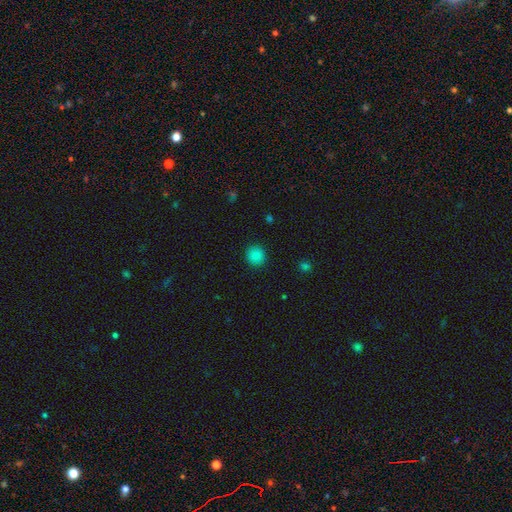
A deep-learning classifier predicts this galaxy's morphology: This is clearly a smooth galaxy (86%). How rounded: clearly round (91%). Merging: clearly none (91%).